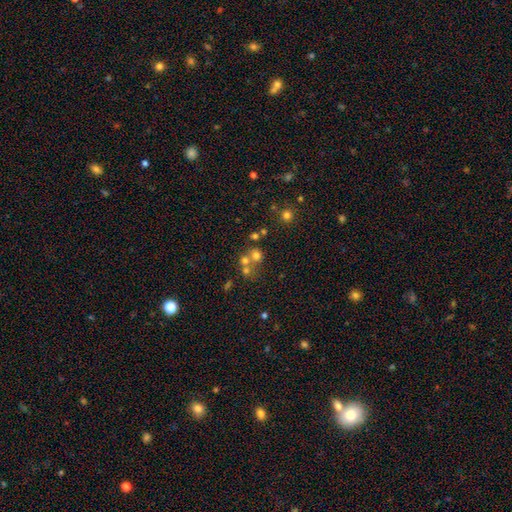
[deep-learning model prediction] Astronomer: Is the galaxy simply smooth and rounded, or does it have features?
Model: smooth — 63%.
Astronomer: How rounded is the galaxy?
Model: round — 81%.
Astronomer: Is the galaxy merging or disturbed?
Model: merger — 46% (runner-up: none, 43%).